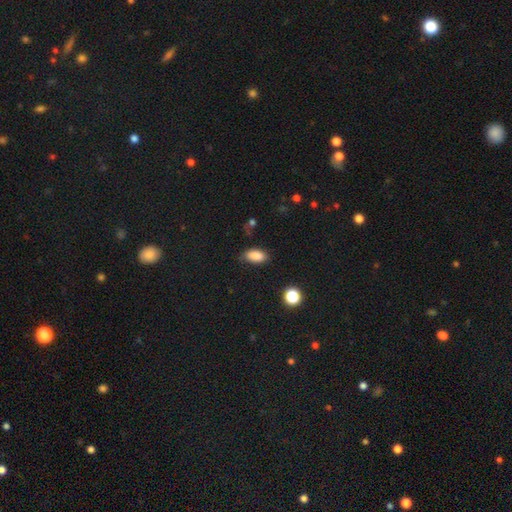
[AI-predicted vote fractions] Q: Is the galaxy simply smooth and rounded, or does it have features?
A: smooth — 86%.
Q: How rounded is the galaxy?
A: in between — 91%.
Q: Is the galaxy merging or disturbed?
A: none — 75%.